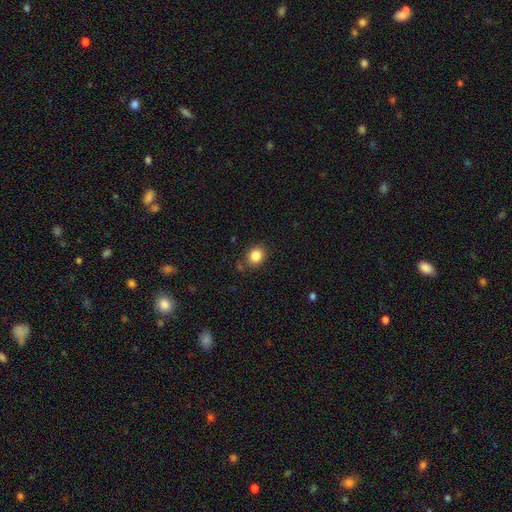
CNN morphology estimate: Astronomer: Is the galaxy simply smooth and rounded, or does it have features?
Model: smooth — 85%.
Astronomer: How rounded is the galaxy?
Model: round — 67%.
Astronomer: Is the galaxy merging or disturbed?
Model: none — 84%.